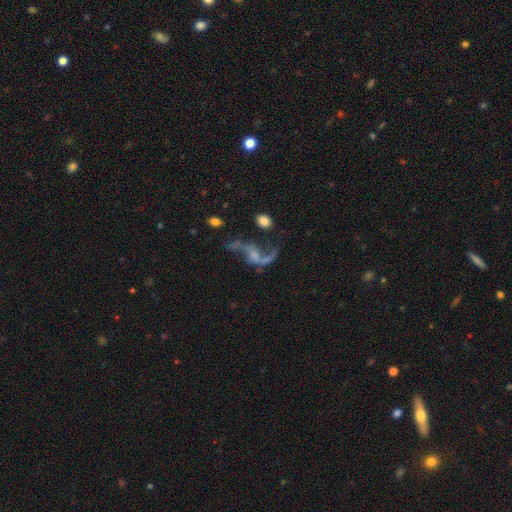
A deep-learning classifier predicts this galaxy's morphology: The model was most divided on "merging": none: 44%, major disturbance: 28%, minor disturbance: 17%, merger: 11%. Remaining: edge-on disk — no (95%); spiral winding — loose (91%); spiral arms — yes (88%); spiral arm count — 2 (87%); smooth or featured — featured or disk (81%); bar — no (55%); bulge size — small (48%).